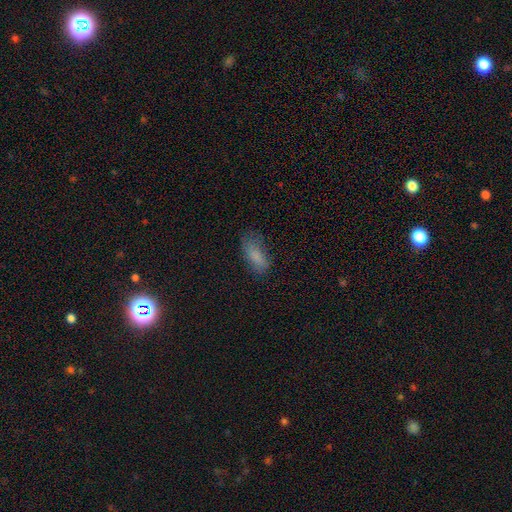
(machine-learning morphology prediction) Smooth or featured?
  - smooth: 81% *
  - featured or disk: 9%
  - star or artifact: 9%
How rounded?
  - in between: 82% *
  - cigar-shaped: 15%
  - round: 3%
Merging?
  - none: 65% *
  - minor disturbance: 25%
  - major disturbance: 9%
  - merger: 2%